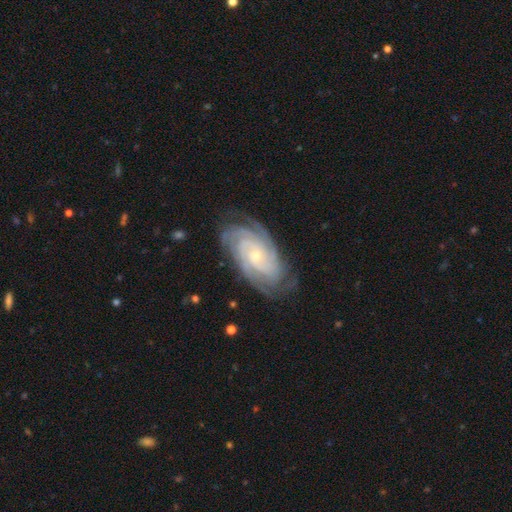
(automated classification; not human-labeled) A featured or disk galaxy (88%) with no bar (71%), 4 (28%) tight (75%) spiral arms (98%) and a small central bulge (71%). Merging: none (77%).